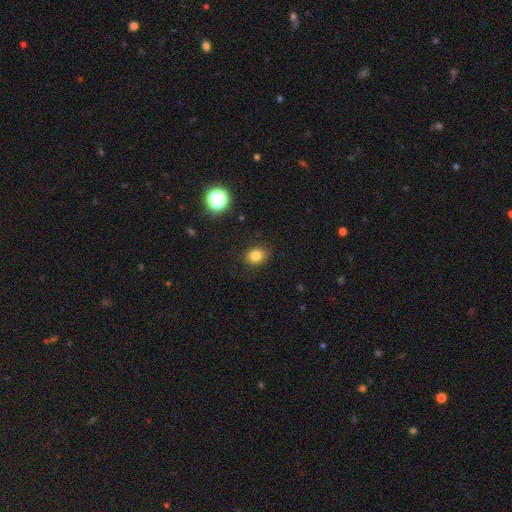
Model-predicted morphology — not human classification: Smooth or featured? smooth (80%)
How rounded? round (53%)
Merging? none (88%)